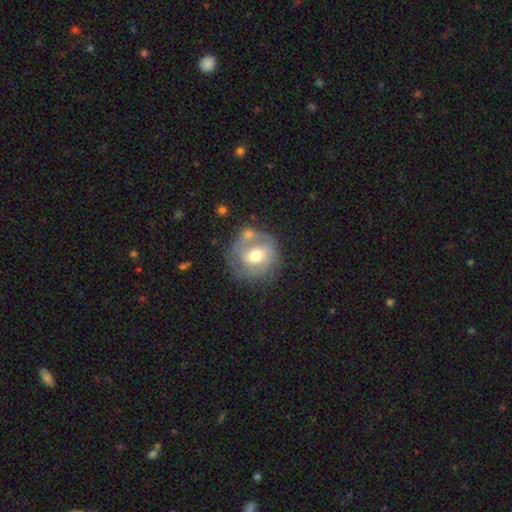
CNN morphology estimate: Overall: featured or disk (61%; smooth 33%). Edge-on disk: no (97%). Bar: no (48%; weak 39%). Spiral arms: yes (70%; no 30%). Bulge size: moderate (72%). Merging: none (58%; minor disturbance 19%).